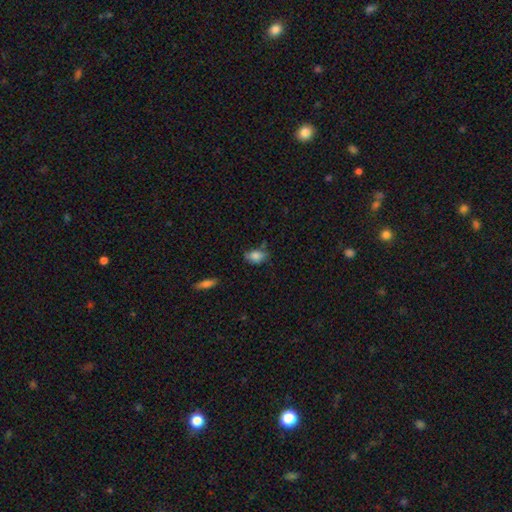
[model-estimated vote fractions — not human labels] A smooth galaxy with no disk features (81%) that is in between round and cigar-shaped (85%). Merging: none (62%).